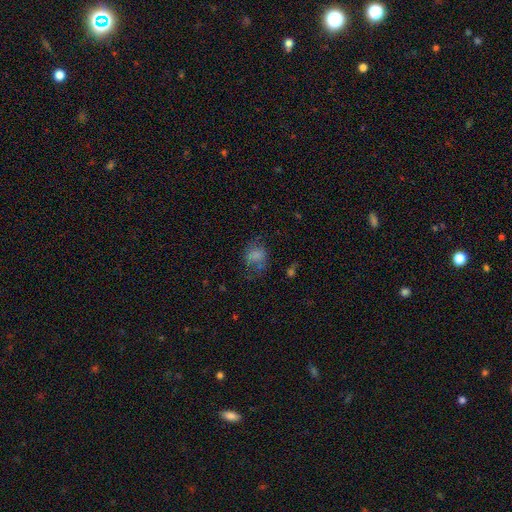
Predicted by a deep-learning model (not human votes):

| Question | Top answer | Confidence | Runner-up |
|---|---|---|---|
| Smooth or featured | smooth | 70% | featured or disk (17%) |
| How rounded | round | 53% | in between (46%) |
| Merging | none | 46% | minor disturbance (26%) |